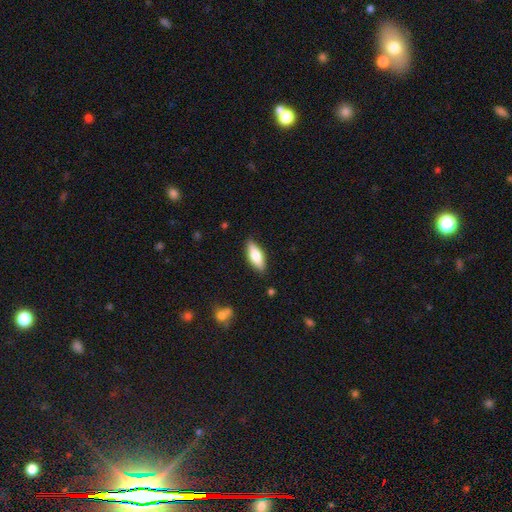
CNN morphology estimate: This appears to be a smooth galaxy with no disk features (68%) that is in between round and cigar-shaped (67%). Merging: none (86%).